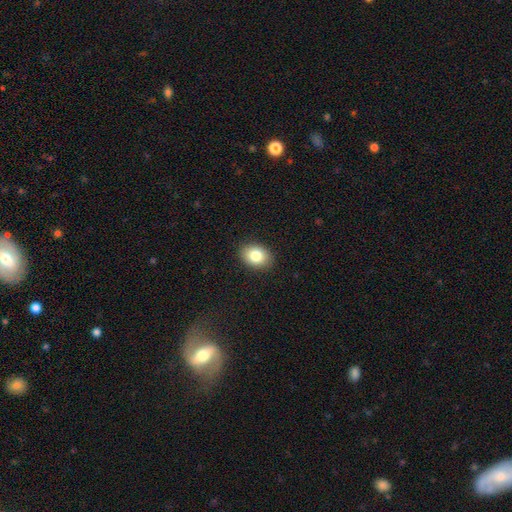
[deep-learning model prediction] Smooth or featured? Predicted: smooth (p=0.83). How rounded? Predicted: in between (p=0.71). Merging? Predicted: none (p=0.89).